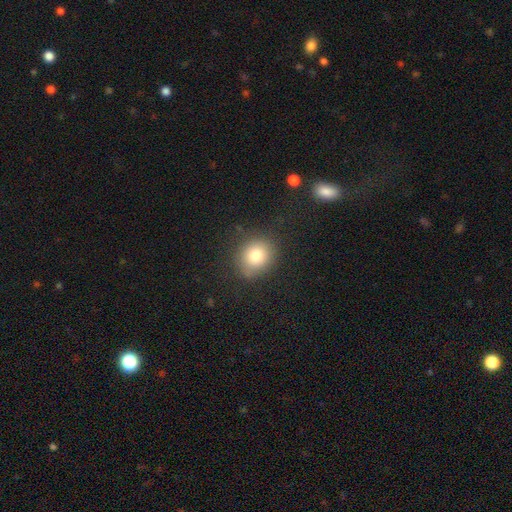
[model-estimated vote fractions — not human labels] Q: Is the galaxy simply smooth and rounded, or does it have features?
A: smooth — 79%.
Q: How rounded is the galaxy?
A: round — 69%.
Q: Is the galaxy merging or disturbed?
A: none — 81%.